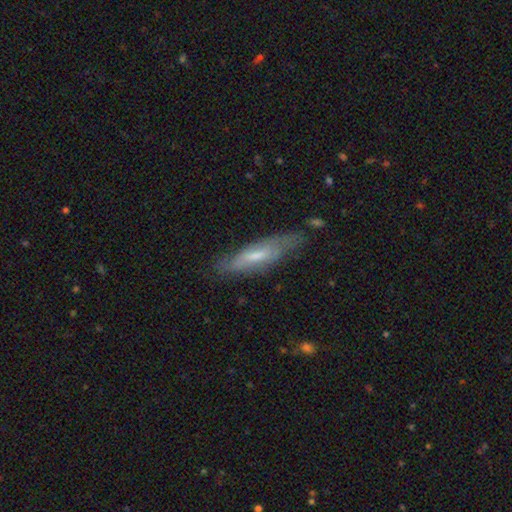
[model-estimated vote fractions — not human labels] Morphology: type=featured or disk (51%); edge-on=yes (52%); merging=none (69%).